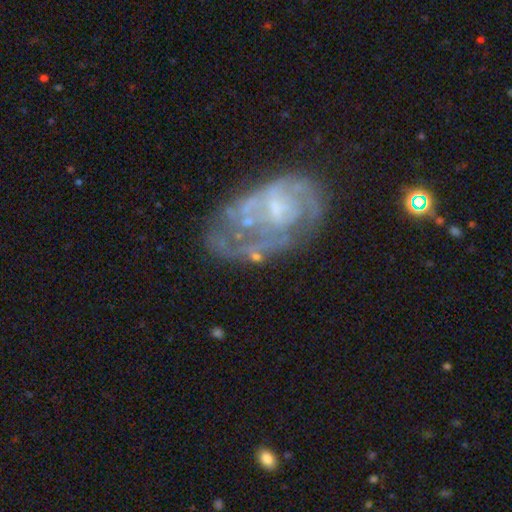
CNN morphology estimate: Smooth or featured: featured or disk — 65% (smooth — 21%)
Edge-on disk: no — 95% (yes — 5%)
Bar: no — 68% (weak — 21%)
Spiral arms: no — 52% (yes — 48%)
Bulge size: none — 35% (small — 33%)
Merging: none — 48% (major disturbance — 22%)